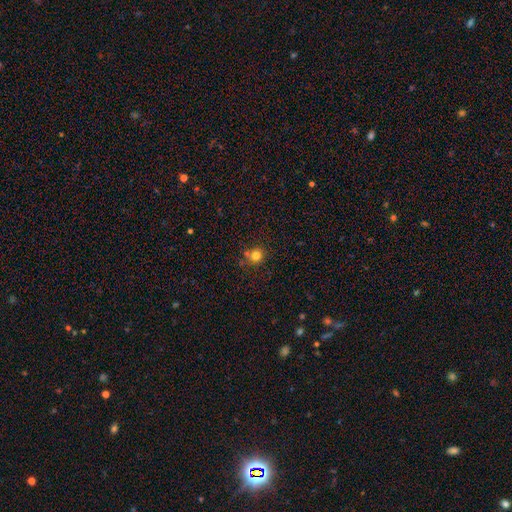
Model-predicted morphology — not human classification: smooth-or-featured: smooth: 79% | star or artifact: 15% | featured or disk: 7%
  how-rounded: round: 87% | in between: 12% | cigar-shaped: 1%
  merging: none: 71% | merger: 13% | minor disturbance: 12% | major disturbance: 4%